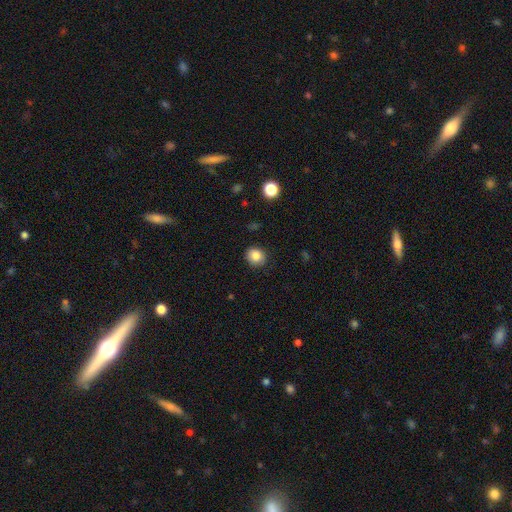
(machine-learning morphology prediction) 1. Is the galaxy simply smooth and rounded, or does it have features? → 83% smooth, 10% star or artifact, 6% featured or disk.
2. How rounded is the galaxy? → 82% round, 17% in between, 1% cigar-shaped.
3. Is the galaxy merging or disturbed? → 89% none, 8% minor disturbance, 2% major disturbance, 1% merger.